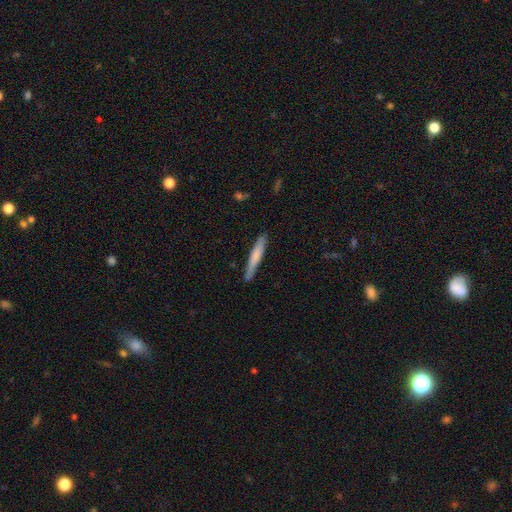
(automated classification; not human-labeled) This appears to be a smooth galaxy with no disk features (67%) that is cigar-shaped (95%). Merging: none (86%).